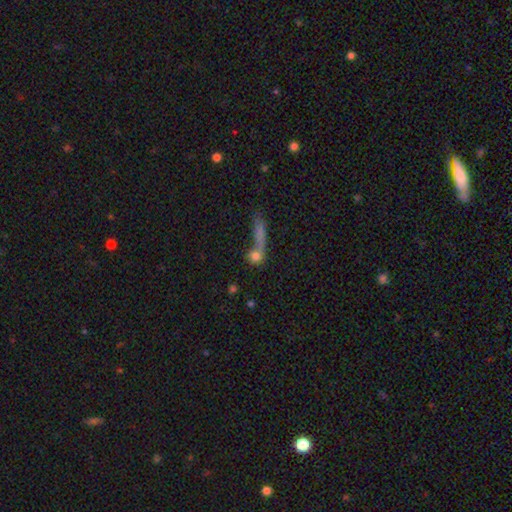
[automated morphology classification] A smooth galaxy with no disk features (74%) that is round (67%).

Vote fractions:
- Smooth or featured? smooth: 74% / featured or disk: 14% / star or artifact: 12%
- How rounded? round: 67% / in between: 19% / cigar-shaped: 14%
- Merging? none: 39% (tied) / merger: 39% (tied) / major disturbance: 11% / minor disturbance: 10%